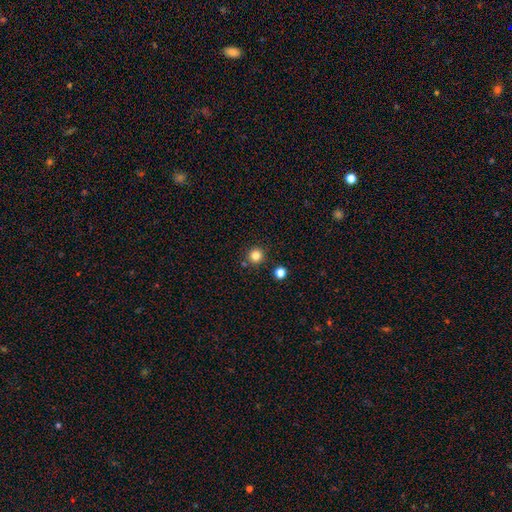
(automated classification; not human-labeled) Q: Smooth or featured?
A: smooth (82%); runner-up: star or artifact (13%)
Q: How rounded?
A: round (95%); runner-up: in between (4%)
Q: Merging?
A: none (87%); runner-up: minor disturbance (6%)